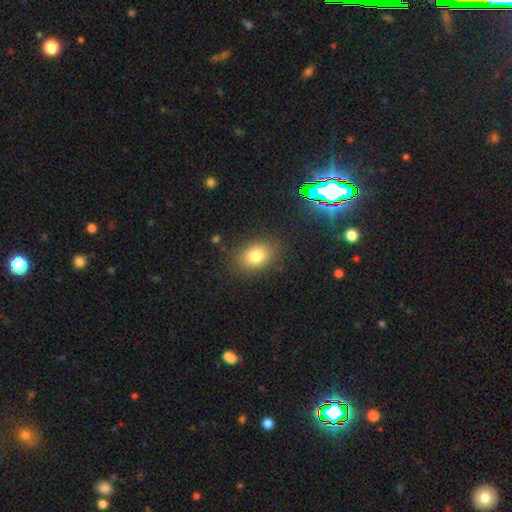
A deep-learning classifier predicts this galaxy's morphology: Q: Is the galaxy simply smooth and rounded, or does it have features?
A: smooth — 79%.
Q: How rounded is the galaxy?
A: in between — 74%.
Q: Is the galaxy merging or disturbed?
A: none — 84%.